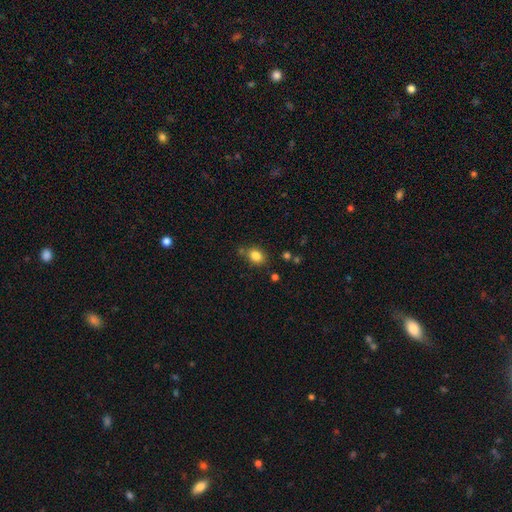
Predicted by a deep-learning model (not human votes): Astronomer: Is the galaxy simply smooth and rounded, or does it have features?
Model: smooth — 83%.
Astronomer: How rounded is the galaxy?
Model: in between — 57% (runner-up: round, 42%).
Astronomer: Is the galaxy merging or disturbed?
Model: none — 72%.